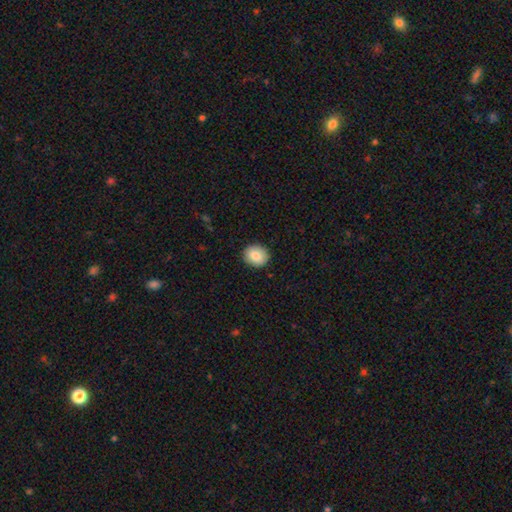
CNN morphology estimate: This appears to be a smooth galaxy with no disk features (85%) that is round (74%). Merging: none (90%).